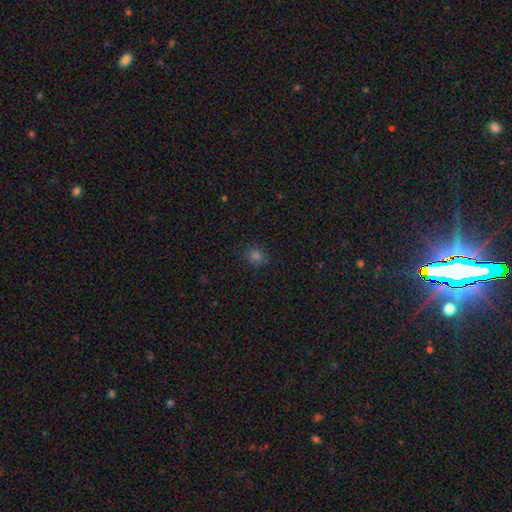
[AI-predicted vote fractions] Smooth or featured?
  - smooth: 77% *
  - star or artifact: 18%
  - featured or disk: 5%
How rounded?
  - round: 70% *
  - in between: 29%
  - cigar-shaped: 1%
Merging?
  - none: 88% *
  - minor disturbance: 9%
  - major disturbance: 2%
  - merger: 1%